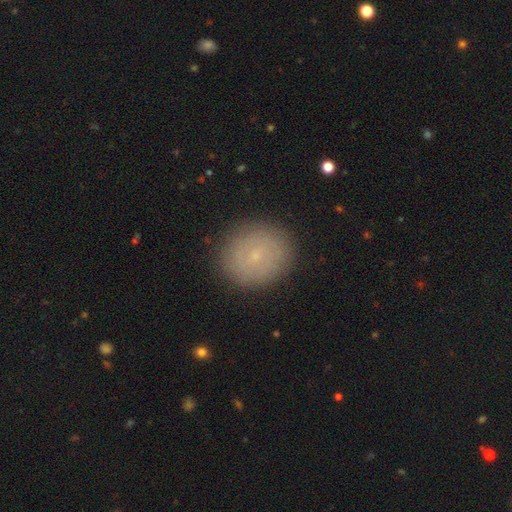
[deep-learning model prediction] A smooth galaxy with no disk features (66%) that is round (78%). Merging: none (89%).